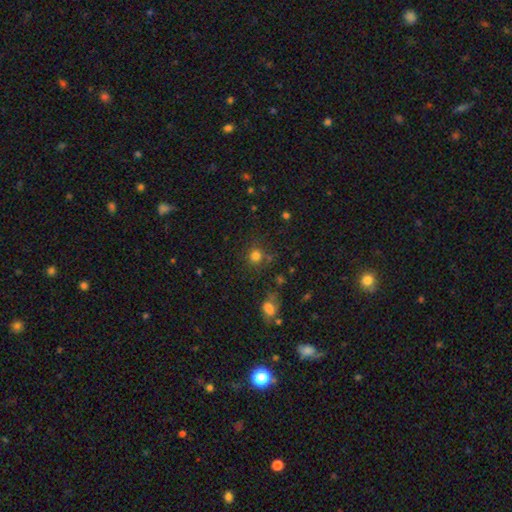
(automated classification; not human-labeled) smooth-or-featured: smooth: 78% | star or artifact: 17% | featured or disk: 6%
  how-rounded: round: 89% | in between: 10% | cigar-shaped: 1%
  merging: none: 76% | minor disturbance: 10% | merger: 9% | major disturbance: 5%